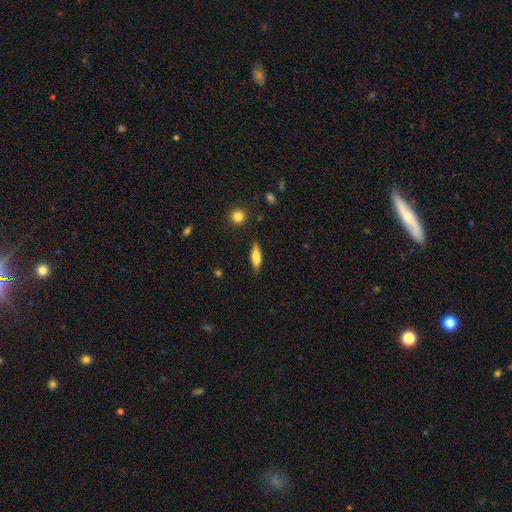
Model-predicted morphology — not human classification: smooth-or-featured: smooth: 68% | featured or disk: 24% | star or artifact: 7%
  how-rounded: cigar-shaped: 62% | in between: 35% | round: 3%
  merging: none: 80% | minor disturbance: 13% | merger: 4% | major disturbance: 3%